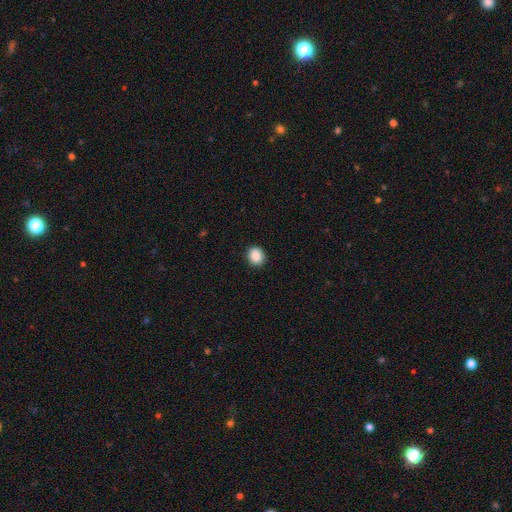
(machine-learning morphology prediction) smooth_or_featured: smooth (p=0.89) [alt: star or artifact p=0.08]
how_rounded: round (p=0.65) [alt: in between p=0.34]
merging: none (p=0.89) [alt: minor disturbance p=0.08]